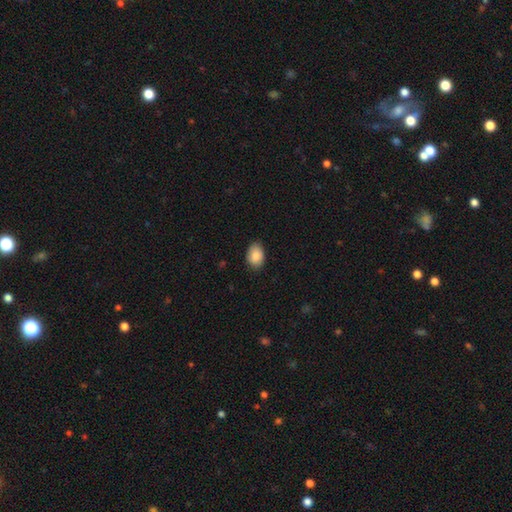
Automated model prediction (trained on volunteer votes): The model was most divided on "how rounded": in between: 80%, round: 19%, cigar-shaped: 1%. More confident: smooth or featured — smooth (88%); merging — none (82%).